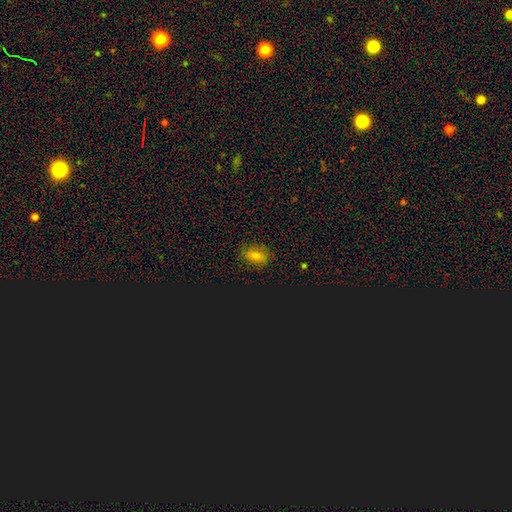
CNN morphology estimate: The model was most divided on "smooth or featured": smooth: 58%, star or artifact: 30%, featured or disk: 12%. More confident: merging — none (83%); how rounded — in between (72%).